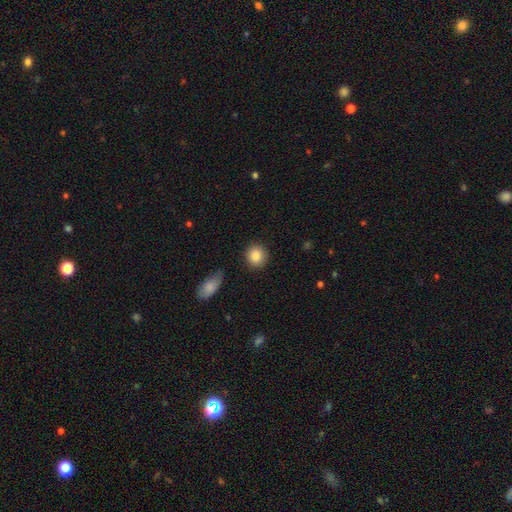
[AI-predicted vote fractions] smooth-or-featured: smooth: 88% | star or artifact: 8% | featured or disk: 5%
  how-rounded: round: 84% | in between: 15% | cigar-shaped: 1%
  merging: none: 87% | minor disturbance: 8% | major disturbance: 3% | merger: 2%